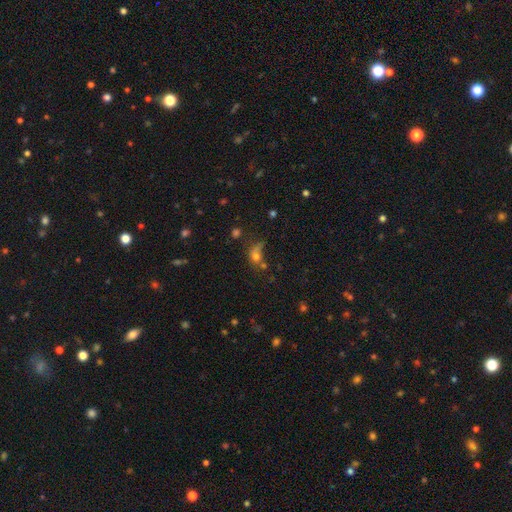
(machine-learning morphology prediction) The model was most divided on "merging": none: 31%, major disturbance: 28%, merger: 21%, minor disturbance: 20%. More confident: smooth or featured — smooth (65%); how rounded — in between (51%).